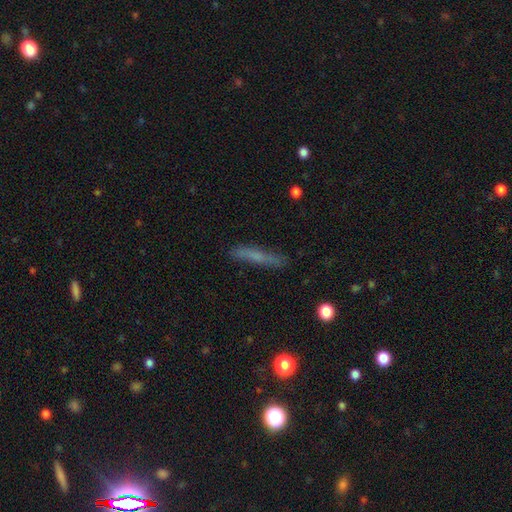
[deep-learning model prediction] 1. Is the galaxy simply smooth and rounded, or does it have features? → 56% smooth, 34% featured or disk, 10% star or artifact.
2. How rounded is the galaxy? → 92% cigar-shaped, 6% in between, 2% round.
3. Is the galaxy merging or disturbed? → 84% none, 11% minor disturbance, 3% major disturbance, 2% merger.